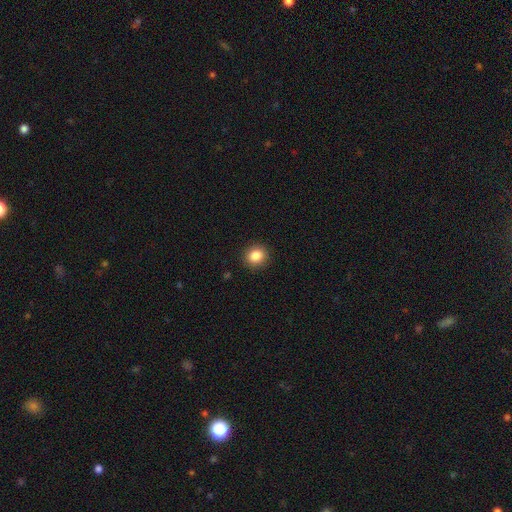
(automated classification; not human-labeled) Smooth or featured? smooth (86%)
How rounded? round (80%)
Merging? none (91%)